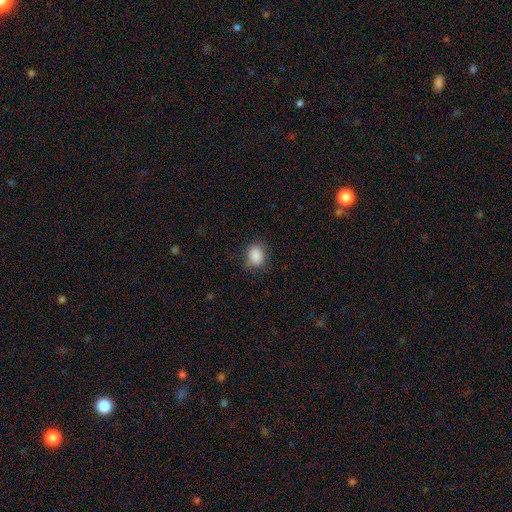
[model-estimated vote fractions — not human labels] The model was most divided on "how rounded": round: 51%, in between: 48%, cigar-shaped: 1%. More confident: smooth or featured — smooth (87%); merging — none (77%).